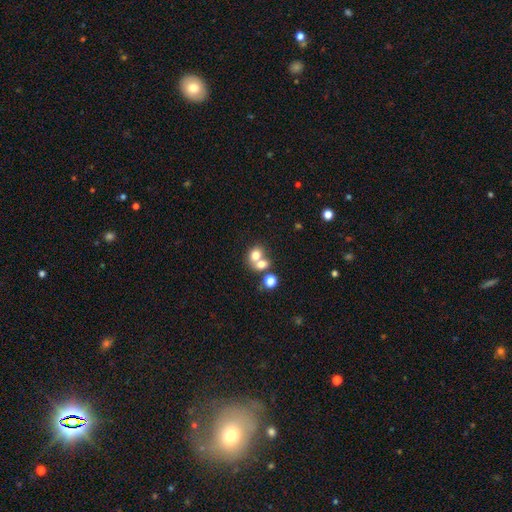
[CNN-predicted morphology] smooth_or_featured: smooth (p=0.72) [alt: featured or disk p=0.15]
how_rounded: round (p=0.56) [alt: in between p=0.43]
merging: merger (p=0.59) [alt: none p=0.30]